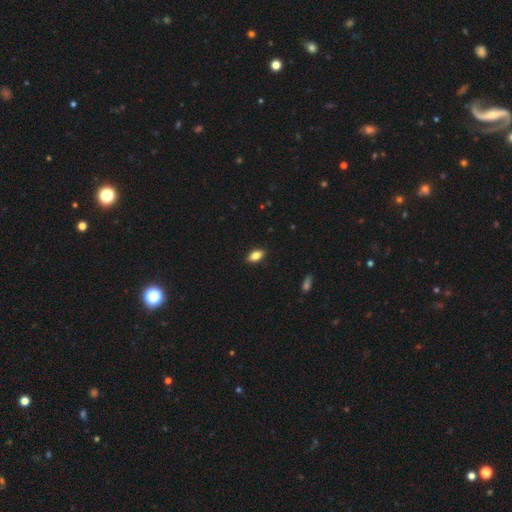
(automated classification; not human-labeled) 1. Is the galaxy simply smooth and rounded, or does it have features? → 83% smooth, 9% featured or disk, 8% star or artifact.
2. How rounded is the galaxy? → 89% in between, 6% round, 5% cigar-shaped.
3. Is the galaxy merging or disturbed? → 88% none, 9% minor disturbance, 2% major disturbance, 1% merger.